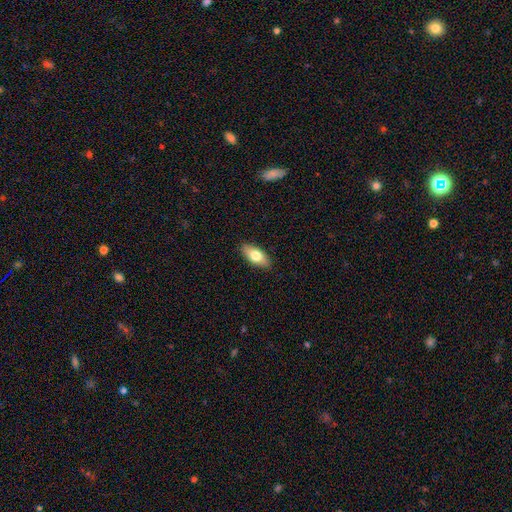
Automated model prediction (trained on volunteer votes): Smooth or featured? Predicted: smooth (p=0.74). How rounded? Predicted: in between (p=0.87). Merging? Predicted: none (p=0.88).